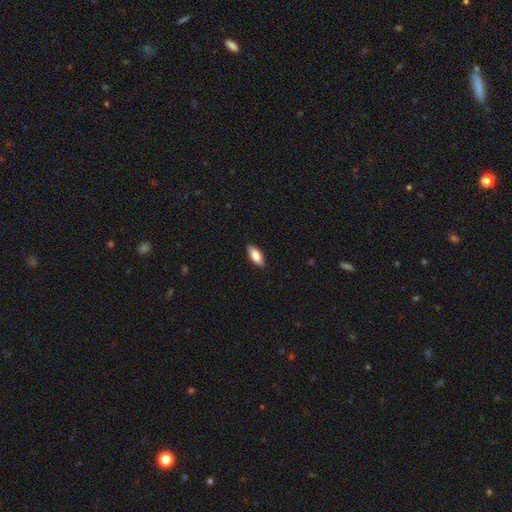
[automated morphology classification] This appears to be a smooth galaxy with no disk features (84%) that is in between round and cigar-shaped (83%). Merging: none (88%).